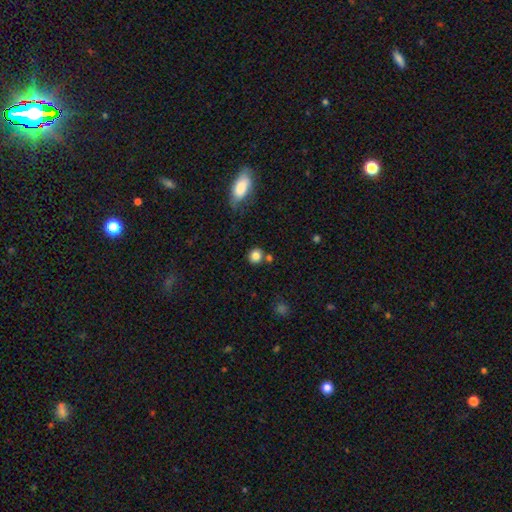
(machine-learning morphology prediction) smooth 83%, star or artifact 11%, featured or disk 5%. Down the decision tree: how rounded — round (86%); merging — none (76%).